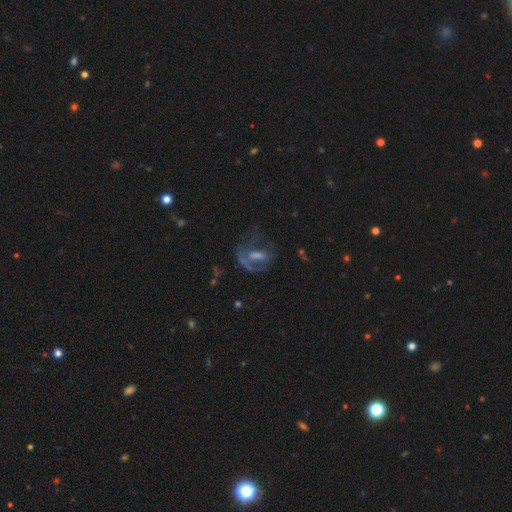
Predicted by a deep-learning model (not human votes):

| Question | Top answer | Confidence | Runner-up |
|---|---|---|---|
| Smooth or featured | featured or disk | 60% | smooth (25%) |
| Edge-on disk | no | 94% | yes (6%) |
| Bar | no | 50% | weak (32%) |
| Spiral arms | no | 50% | tied: yes (50%) |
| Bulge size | moderate | 35% | none (26%) |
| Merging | major disturbance | 42% | none (36%) |